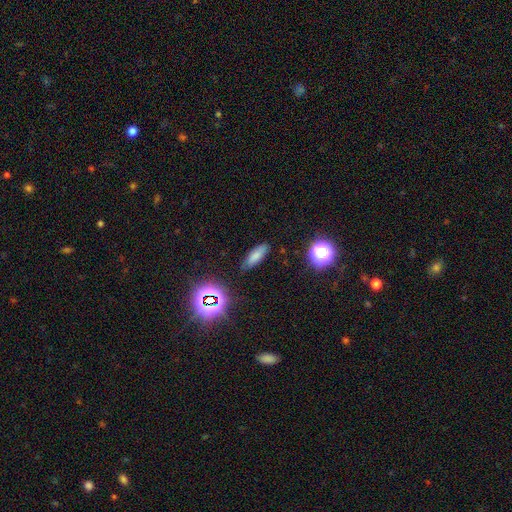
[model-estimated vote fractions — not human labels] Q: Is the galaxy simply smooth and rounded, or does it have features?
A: smooth — 73%.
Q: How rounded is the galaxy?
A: in between — 60%.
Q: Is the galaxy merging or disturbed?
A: none — 81%.